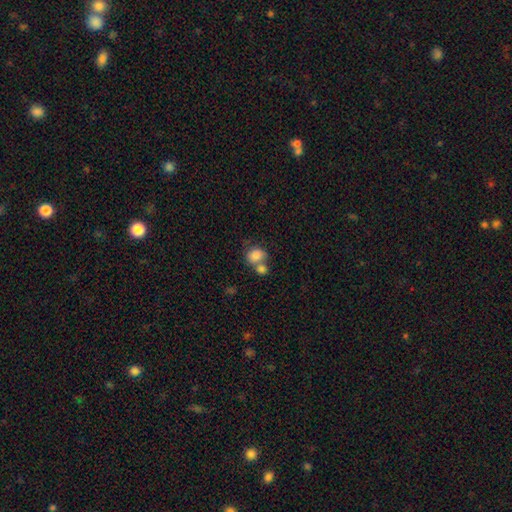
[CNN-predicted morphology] The model was most divided on "merging": merger: 50%, none: 33%, minor disturbance: 11%, major disturbance: 6%. More confident: smooth or featured — smooth (82%); how rounded — round (58%).